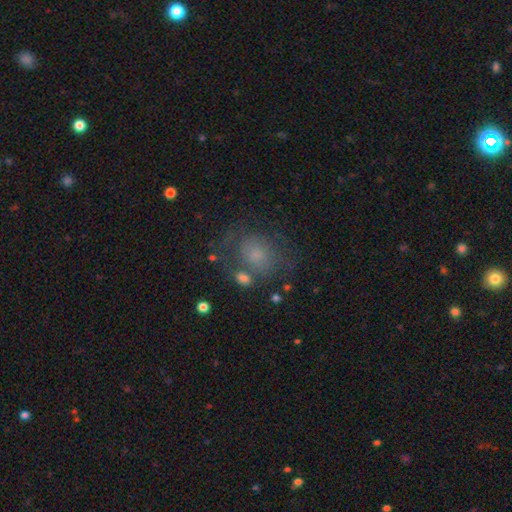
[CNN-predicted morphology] This appears to be a smooth galaxy with no disk features (51%) that is round (62%). Merging: none (54%).